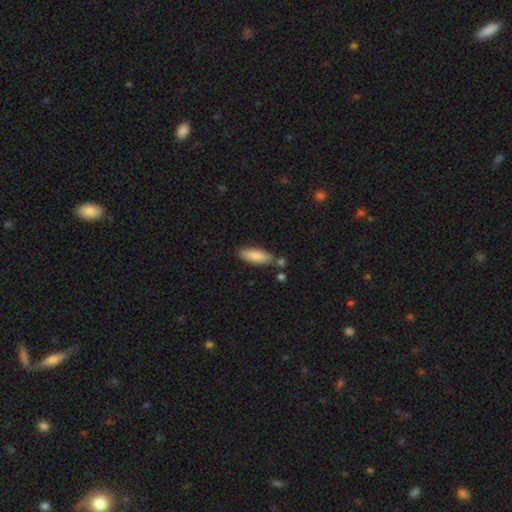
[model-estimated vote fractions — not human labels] Smooth or featured? smooth (85%)
How rounded? in between (63%)
Merging? none (75%)